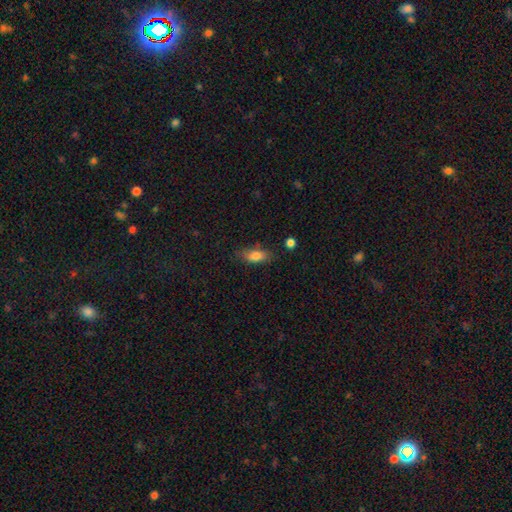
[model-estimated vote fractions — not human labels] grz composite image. It shows a smooth galaxy with no disk features (80%) that is in between round and cigar-shaped (81%). Merging: none (73%).